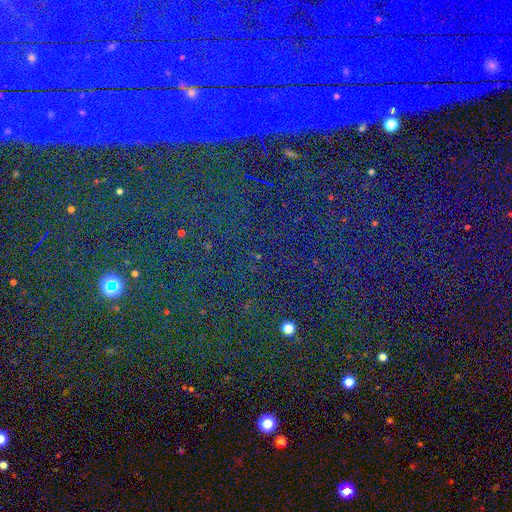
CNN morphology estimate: star or artifact 82%, featured or disk 10%, smooth 8%.